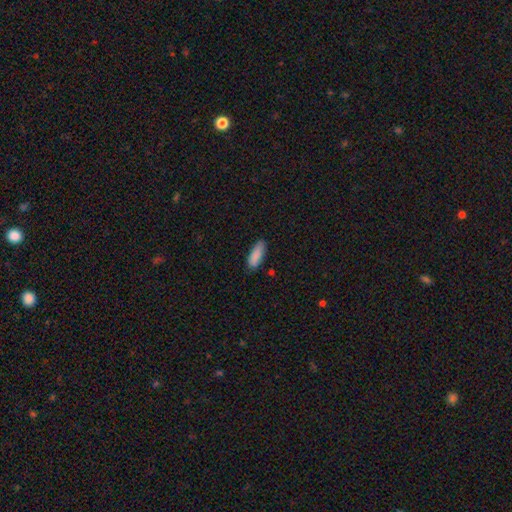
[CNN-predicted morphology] Smooth or featured? Predicted: smooth (p=0.89). How rounded? Predicted: in between (p=0.69). Merging? Predicted: none (p=0.81).